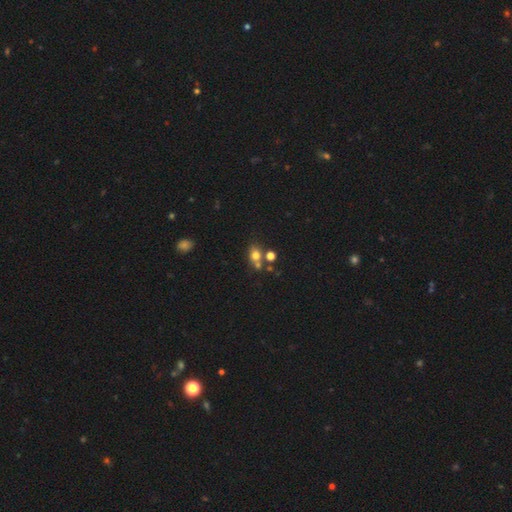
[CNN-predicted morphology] Smooth or featured? Predicted: smooth (p=0.71). How rounded? Predicted: round (p=0.54). Merging? Predicted: none (p=0.52).